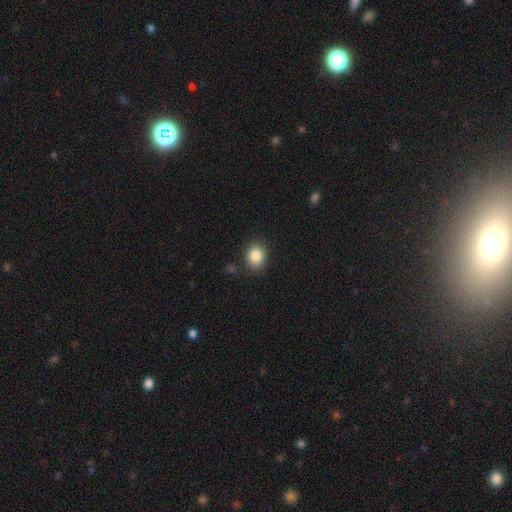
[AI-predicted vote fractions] Q: Smooth or featured?
A: smooth (85%); runner-up: star or artifact (9%)
Q: How rounded?
A: round (59%); runner-up: in between (40%)
Q: Merging?
A: none (87%); runner-up: minor disturbance (9%)